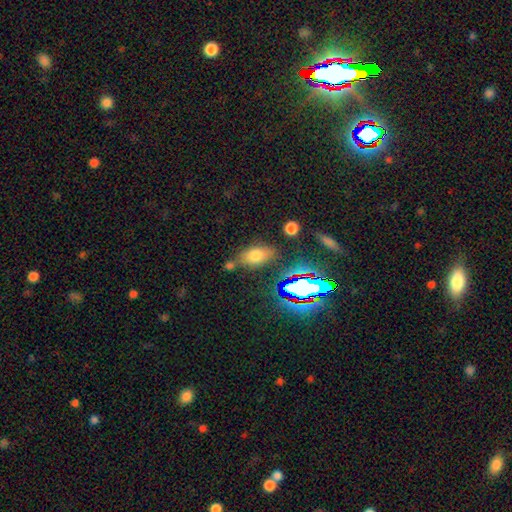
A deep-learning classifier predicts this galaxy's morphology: smooth-or-featured: smooth: 67% | star or artifact: 21% | featured or disk: 13%
  how-rounded: in between: 86% | round: 9% | cigar-shaped: 5%
  merging: none: 70% | minor disturbance: 14% | merger: 10% | major disturbance: 5%